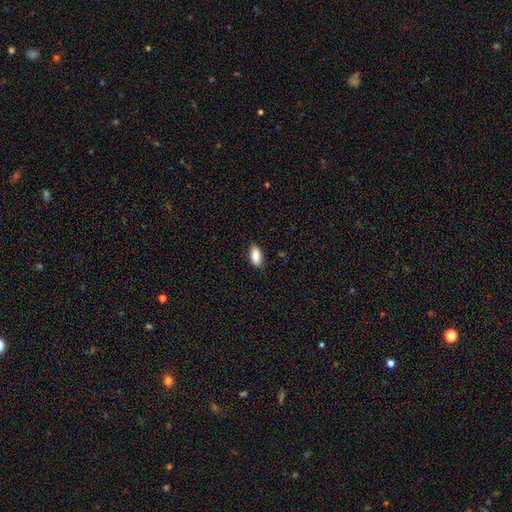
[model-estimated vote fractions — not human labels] Overall: smooth (87%). How rounded: in between (89%). Merging: none (84%).